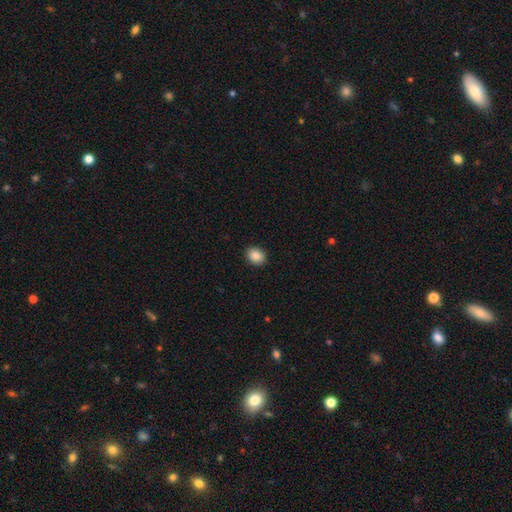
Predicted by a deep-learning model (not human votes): smooth-or-featured: smooth: 87% | star or artifact: 8% | featured or disk: 4%
  how-rounded: in between: 56% | round: 43% | cigar-shaped: 1%
  merging: none: 91% | minor disturbance: 6% | major disturbance: 2% | merger: 1%